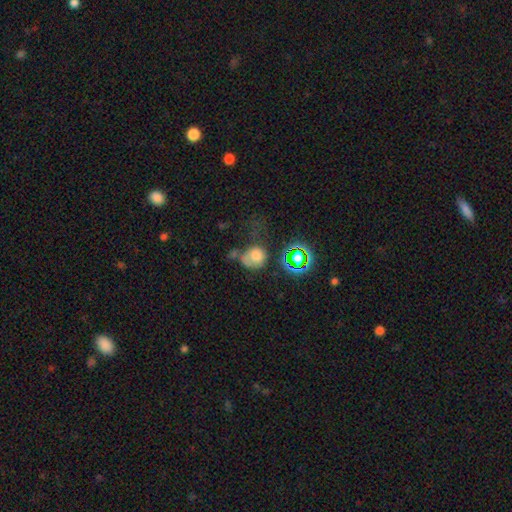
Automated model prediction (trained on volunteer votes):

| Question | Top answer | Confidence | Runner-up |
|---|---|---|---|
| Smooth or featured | smooth | 67% | star or artifact (20%) |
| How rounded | round | 74% | in between (25%) |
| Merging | none | 35% | merger (24%) |